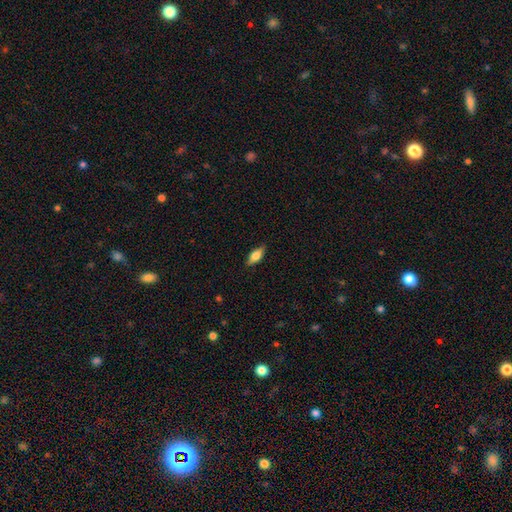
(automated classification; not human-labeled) smooth 66%, featured or disk 27%, star or artifact 7%. Down the decision tree: how rounded — in between (76%); merging — none (85%).